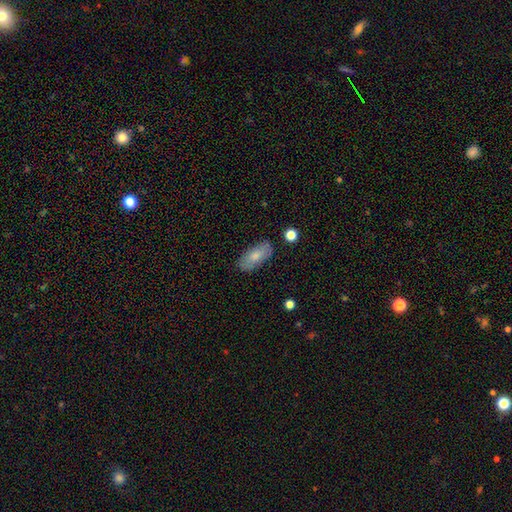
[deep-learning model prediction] smooth_or_featured: smooth (p=0.76) [alt: featured or disk p=0.17]
how_rounded: in between (p=0.88) [alt: cigar-shaped p=0.10]
merging: none (p=0.83) [alt: minor disturbance p=0.12]